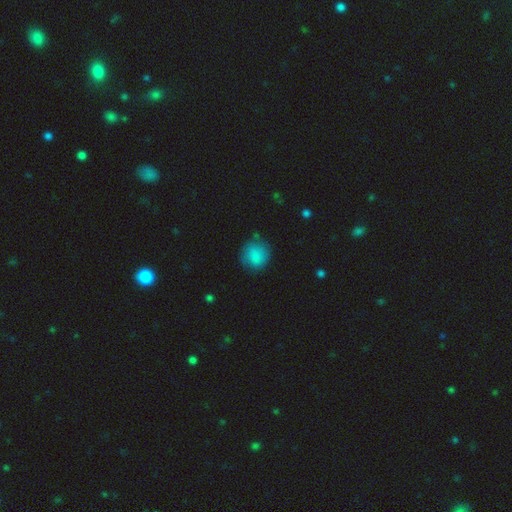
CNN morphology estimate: type=smooth (82%); roundness=round (84%); merging=none (72%).